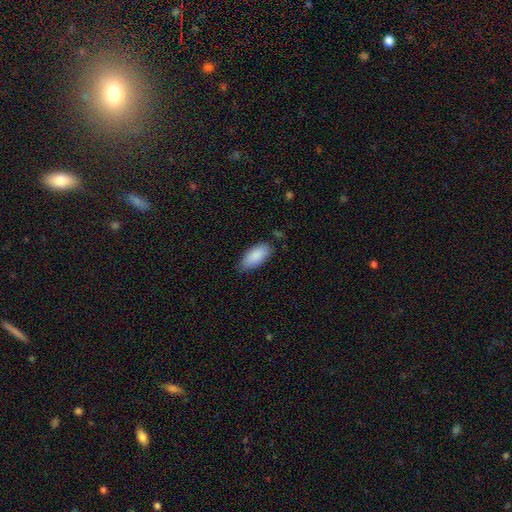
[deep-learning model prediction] This appears to be a smooth galaxy with no disk features (89%) that is in between round and cigar-shaped (90%). Merging: none (77%).